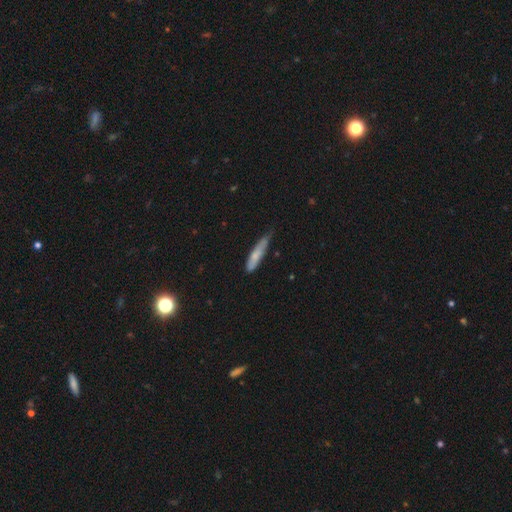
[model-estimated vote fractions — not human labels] Smooth or featured: smooth — 70% (featured or disk — 24%)
How rounded: cigar-shaped — 81% (in between — 17%)
Merging: none — 51% (minor disturbance — 39%)